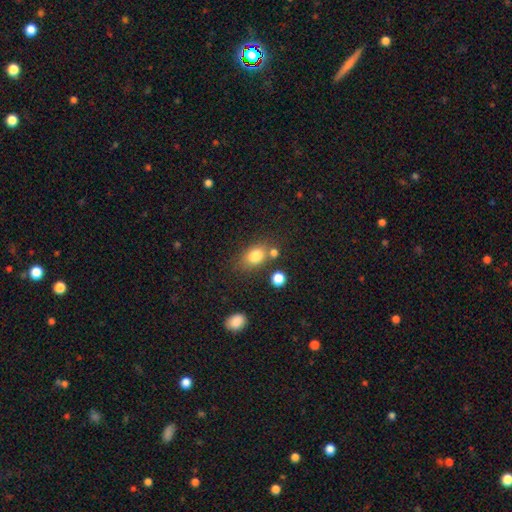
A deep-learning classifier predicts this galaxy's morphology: A smooth galaxy with no disk features (81%) that is in between round and cigar-shaped (71%). Merging: none (64%).